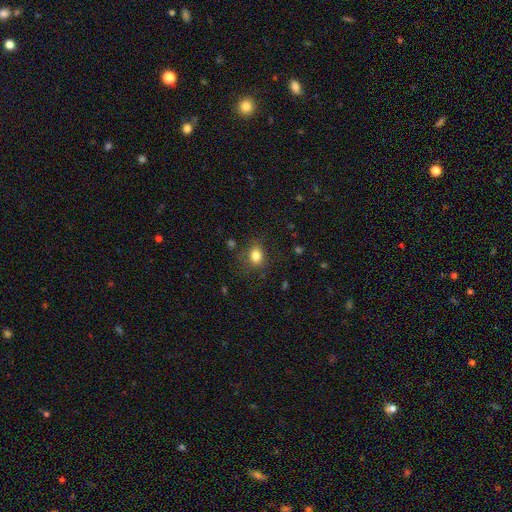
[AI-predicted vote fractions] This appears to be a smooth galaxy with no disk features (81%) that is in between round and cigar-shaped (58%). Merging: none (74%).